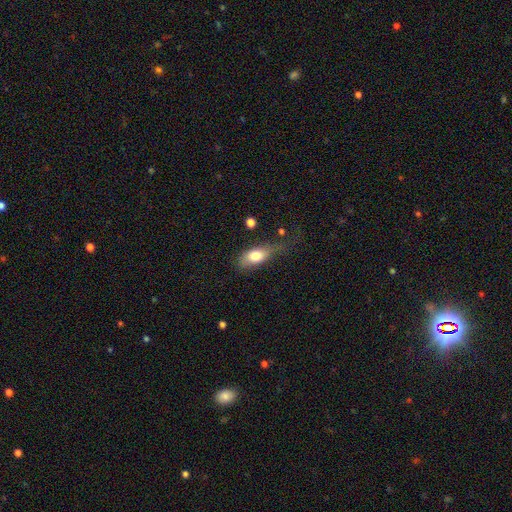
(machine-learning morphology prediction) This is likely a smooth galaxy (75%). How rounded: clearly in between (83%). Merging: marginally none (36%).